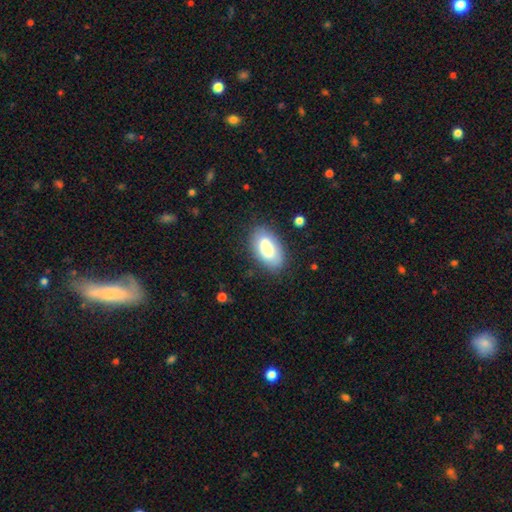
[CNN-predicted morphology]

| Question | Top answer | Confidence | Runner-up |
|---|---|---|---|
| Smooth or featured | smooth | 77% | featured or disk (12%) |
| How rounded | in between | 91% | round (5%) |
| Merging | none | 84% | minor disturbance (11%) |